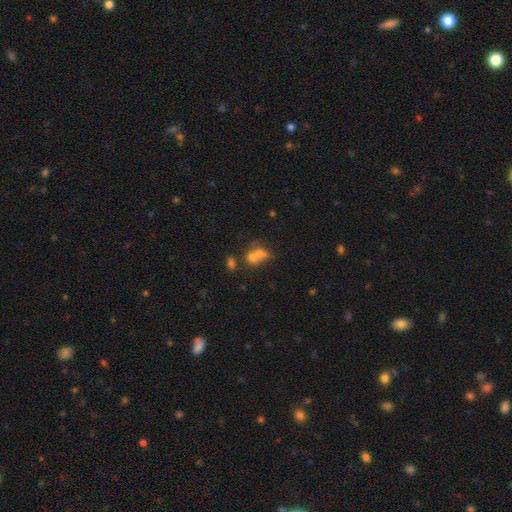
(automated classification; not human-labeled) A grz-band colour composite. It shows a smooth galaxy with no disk features (63%) that is round (51%). Merging: merger (62%).